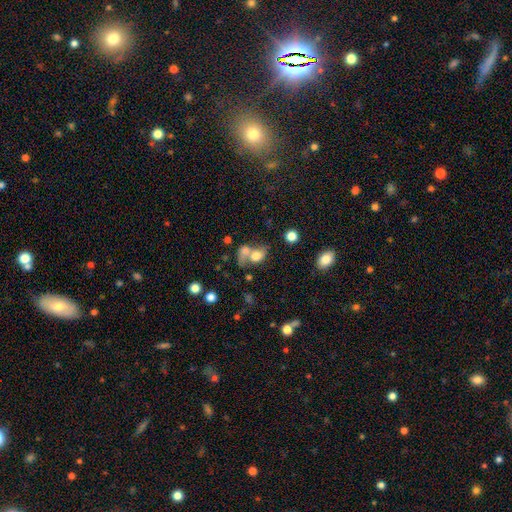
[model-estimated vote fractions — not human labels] Q: Smooth or featured?
A: smooth (71%); runner-up: featured or disk (17%)
Q: How rounded?
A: in between (60%); runner-up: round (38%)
Q: Merging?
A: merger (61%); runner-up: none (21%)